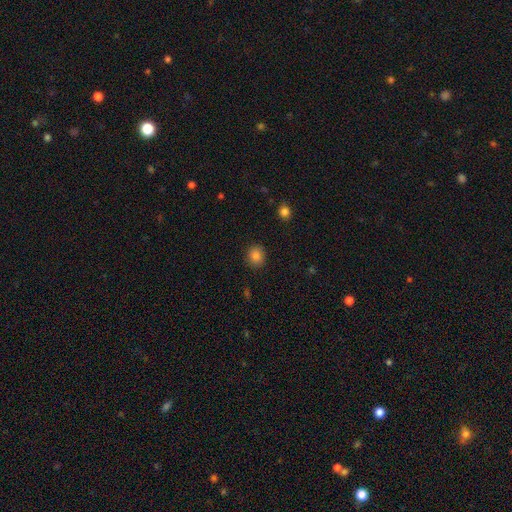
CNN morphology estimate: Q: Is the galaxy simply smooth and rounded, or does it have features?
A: smooth — 84%.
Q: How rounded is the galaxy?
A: round — 80%.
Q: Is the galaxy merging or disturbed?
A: none — 90%.